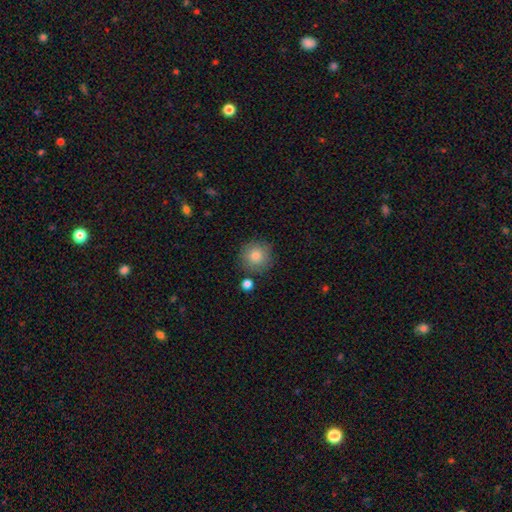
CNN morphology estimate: A smooth galaxy with no disk features (83%) that is round (94%). Merging: none (84%).